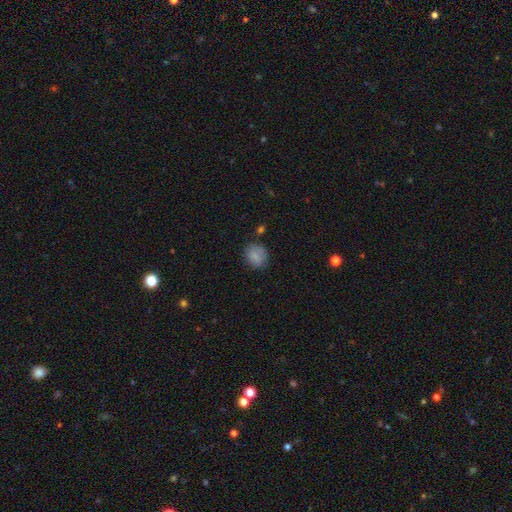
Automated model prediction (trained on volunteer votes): Overall: smooth (81%). How rounded: round (69%; in between 30%). Merging: none (75%).